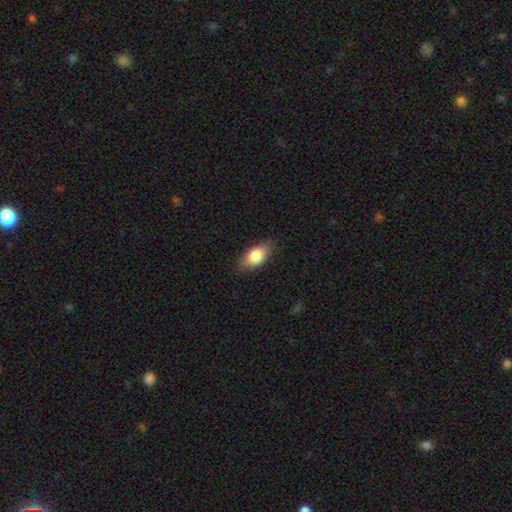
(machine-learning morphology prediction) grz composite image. It shows a smooth galaxy with no disk features (81%) that is in between round and cigar-shaped (88%). Merging: none (83%).